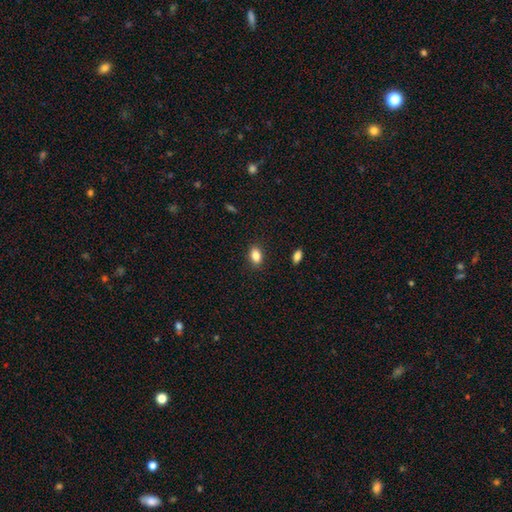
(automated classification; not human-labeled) smooth_or_featured: smooth (p=0.85) [alt: star or artifact p=0.09]
how_rounded: in between (p=0.84) [alt: round p=0.13]
merging: none (p=0.87) [alt: minor disturbance p=0.09]